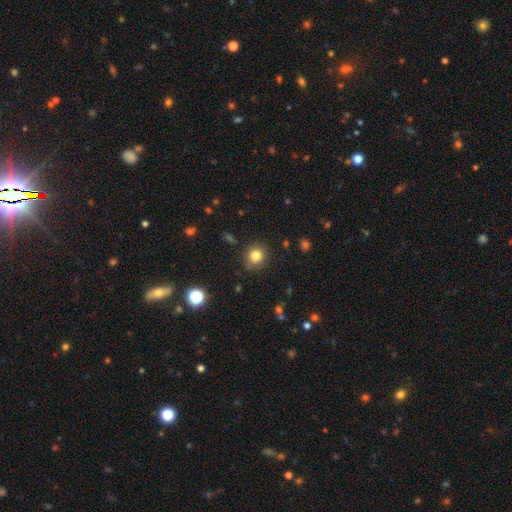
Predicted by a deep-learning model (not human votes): Q: Smooth or featured?
A: smooth (81%); runner-up: star or artifact (12%)
Q: How rounded?
A: round (87%); runner-up: in between (12%)
Q: Merging?
A: none (85%); runner-up: minor disturbance (10%)